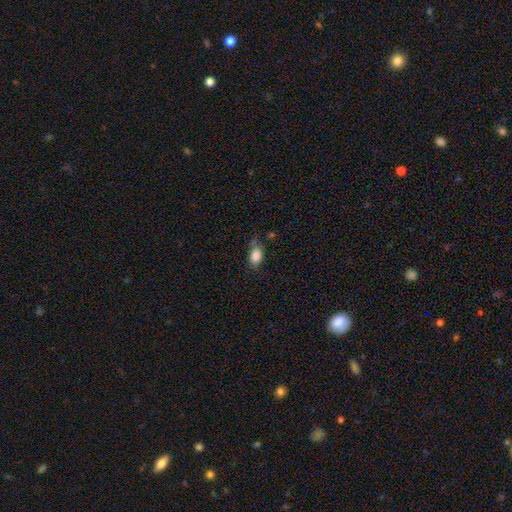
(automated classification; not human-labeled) Smooth or featured?
  - smooth: 85% *
  - star or artifact: 9%
  - featured or disk: 7%
How rounded?
  - in between: 86% *
  - round: 11%
  - cigar-shaped: 3%
Merging?
  - none: 66% *
  - minor disturbance: 24%
  - major disturbance: 6%
  - merger: 4%